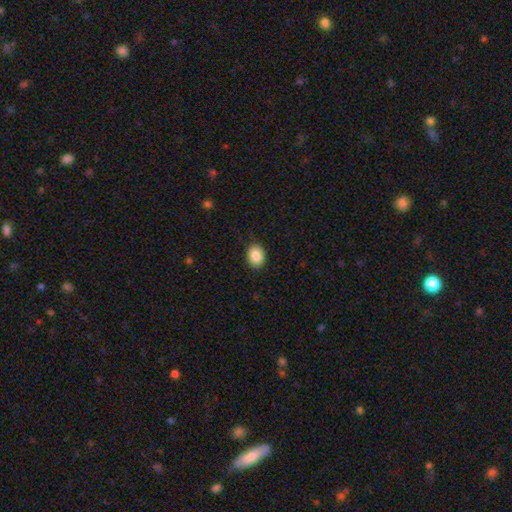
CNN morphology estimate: Q: Smooth or featured?
A: smooth (86%); runner-up: star or artifact (8%)
Q: How rounded?
A: in between (68%); runner-up: round (31%)
Q: Merging?
A: none (88%); runner-up: minor disturbance (9%)